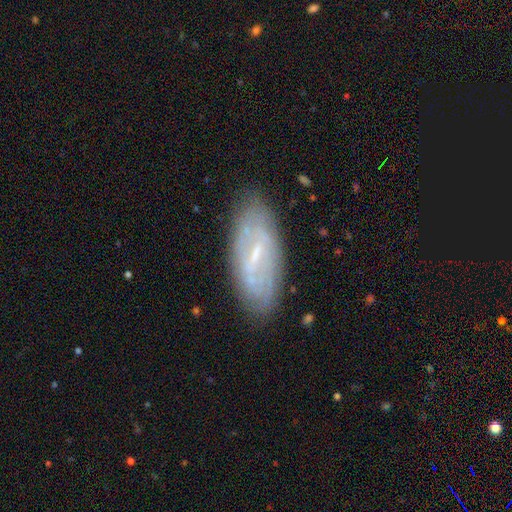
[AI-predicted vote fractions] Q: Smooth or featured?
A: featured or disk (72%); runner-up: smooth (21%)
Q: Edge-on disk?
A: no (85%); runner-up: yes (15%)
Q: Bar?
A: strong (49%); runner-up: weak (39%)
Q: Spiral arms?
A: yes (66%); runner-up: no (34%)
Q: Bulge size?
A: small (70%); runner-up: moderate (18%)
Q: Merging?
A: none (81%); runner-up: minor disturbance (14%)